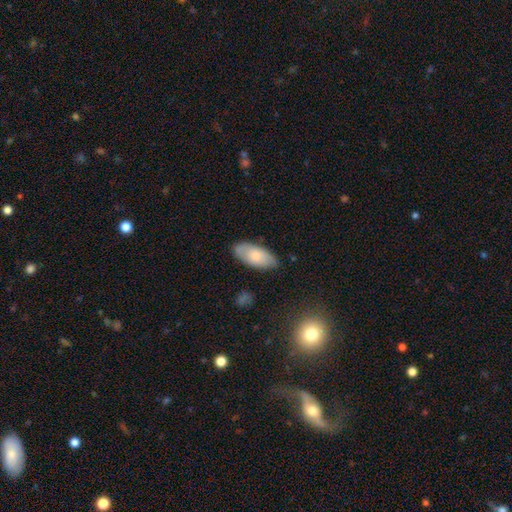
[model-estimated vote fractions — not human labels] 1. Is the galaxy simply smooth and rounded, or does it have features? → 75% smooth, 19% featured or disk, 6% star or artifact.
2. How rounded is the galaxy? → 91% in between, 7% cigar-shaped, 2% round.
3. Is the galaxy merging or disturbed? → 79% none, 17% minor disturbance, 3% major disturbance, 2% merger.